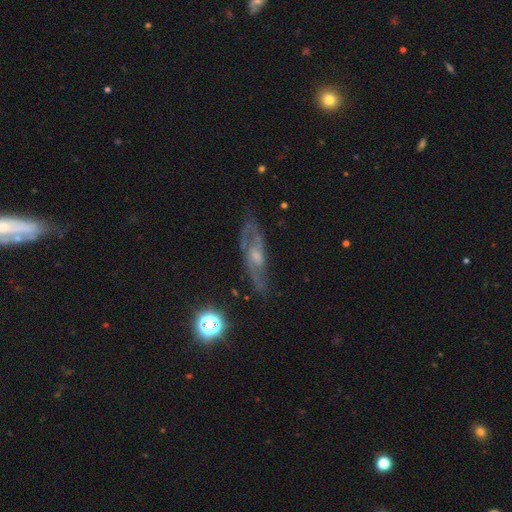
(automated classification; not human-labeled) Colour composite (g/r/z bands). It shows a featured or disk galaxy (71%) with no bar (65%), spiral arms (72%) and a moderate central bulge (43%). Merging: none (66%).